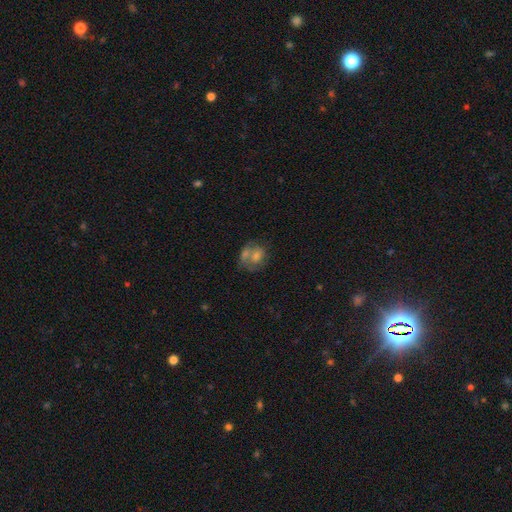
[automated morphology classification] The model was most divided on "merging": merger: 40%, none: 35%, minor disturbance: 14%, major disturbance: 11%. Remaining: smooth or featured — smooth (50%).